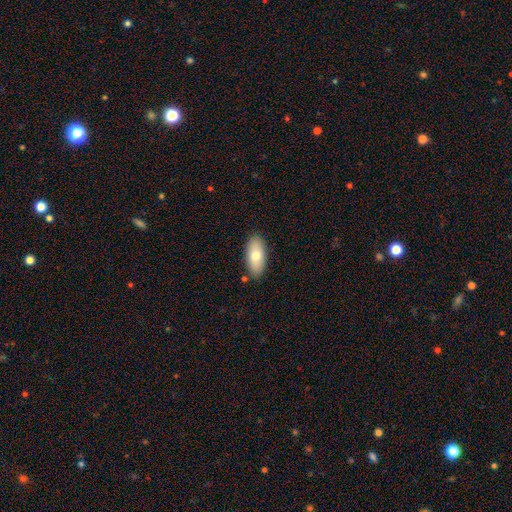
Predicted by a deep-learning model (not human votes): Q: Smooth or featured?
A: smooth (73%); runner-up: featured or disk (20%)
Q: How rounded?
A: in between (89%); runner-up: cigar-shaped (8%)
Q: Merging?
A: none (85%); runner-up: minor disturbance (11%)